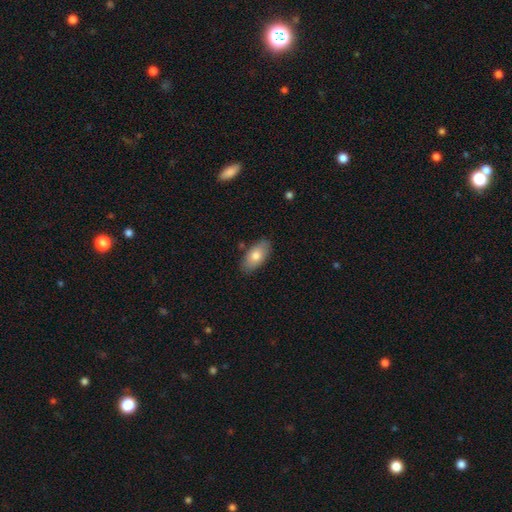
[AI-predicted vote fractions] Smooth or featured?
  - smooth: 77% *
  - featured or disk: 17%
  - star or artifact: 6%
How rounded?
  - in between: 91% *
  - cigar-shaped: 5%
  - round: 3%
Merging?
  - none: 84% *
  - minor disturbance: 12%
  - major disturbance: 2%
  - merger: 2%